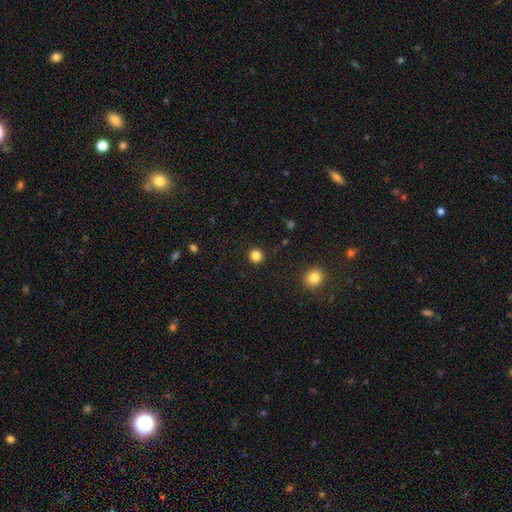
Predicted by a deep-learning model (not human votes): Smooth or featured? smooth (84%)
How rounded? round (93%)
Merging? none (91%)